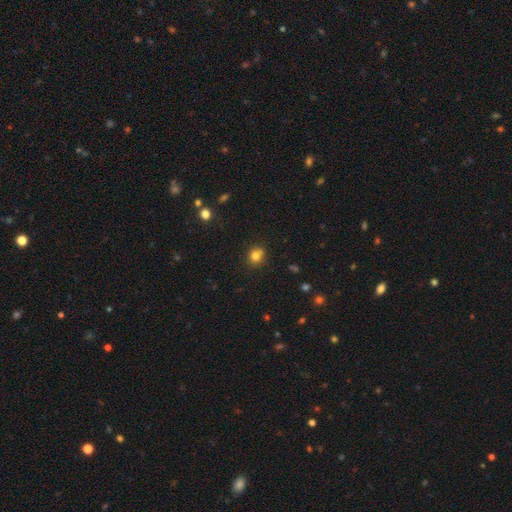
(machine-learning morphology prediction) smooth-or-featured: smooth: 79% | star or artifact: 14% | featured or disk: 8%
  how-rounded: round: 79% | in between: 20% | cigar-shaped: 1%
  merging: none: 71% | minor disturbance: 13% | merger: 12% | major disturbance: 3%